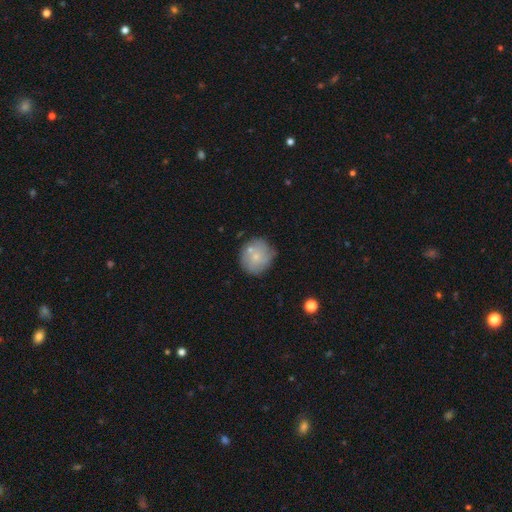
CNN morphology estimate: A smooth galaxy with no disk features (64%) that is round (87%).

Vote fractions:
- Smooth or featured? smooth: 64% / featured or disk: 29% / star or artifact: 7%
- How rounded? round: 87% / in between: 12% / cigar-shaped: 1%
- Merging? none: 63% / minor disturbance: 21% / merger: 11% / major disturbance: 5%